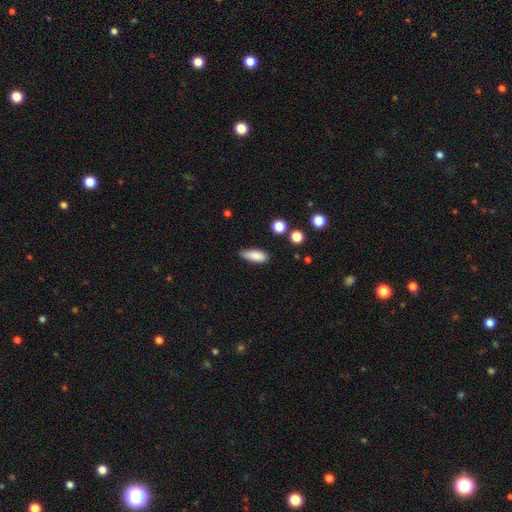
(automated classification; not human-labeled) Q: Smooth or featured?
A: smooth (86%); runner-up: star or artifact (8%)
Q: How rounded?
A: in between (72%); runner-up: cigar-shaped (26%)
Q: Merging?
A: none (72%); runner-up: minor disturbance (23%)